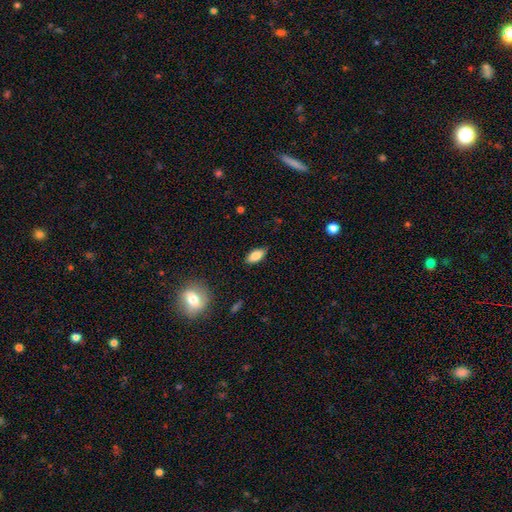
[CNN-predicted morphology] A smooth galaxy with no disk features (81%) that is in between round and cigar-shaped (86%).

Vote fractions:
- Smooth or featured? smooth: 81% / featured or disk: 11% / star or artifact: 8%
- How rounded? in between: 86% / cigar-shaped: 11% / round: 3%
- Merging? none: 84% / minor disturbance: 12% / major disturbance: 2% / merger: 1%